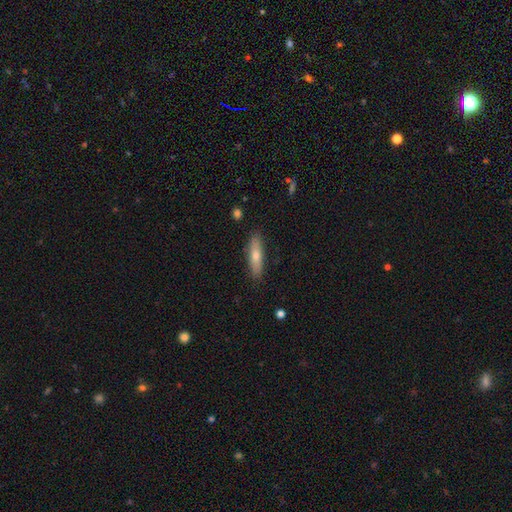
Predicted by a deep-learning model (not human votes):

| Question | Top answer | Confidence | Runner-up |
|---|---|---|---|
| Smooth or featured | smooth | 60% | featured or disk (33%) |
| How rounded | cigar-shaped | 75% | in between (23%) |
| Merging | none | 88% | minor disturbance (9%) |